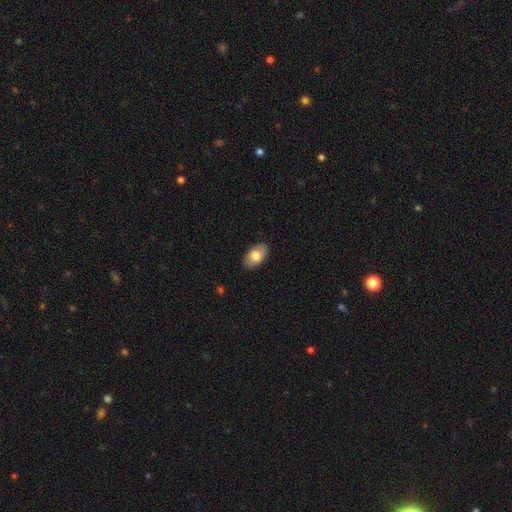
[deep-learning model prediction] smooth 77%, featured or disk 16%, star or artifact 6%. Down the decision tree: how rounded — in between (93%); merging — none (86%).